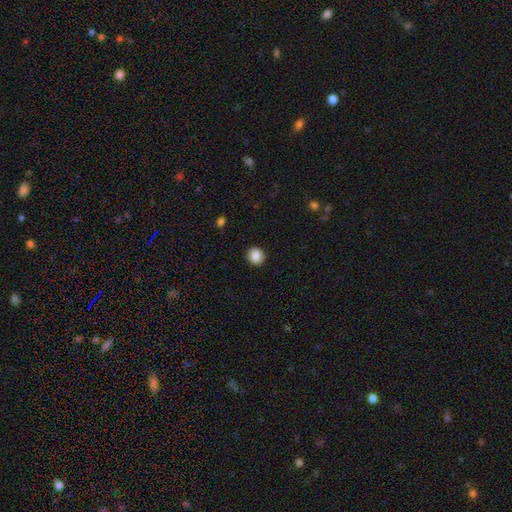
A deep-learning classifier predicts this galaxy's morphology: smooth-or-featured: smooth: 85% | star or artifact: 9% | featured or disk: 7%
  how-rounded: round: 83% | in between: 16% | cigar-shaped: 1%
  merging: none: 88% | minor disturbance: 9% | major disturbance: 2% | merger: 1%